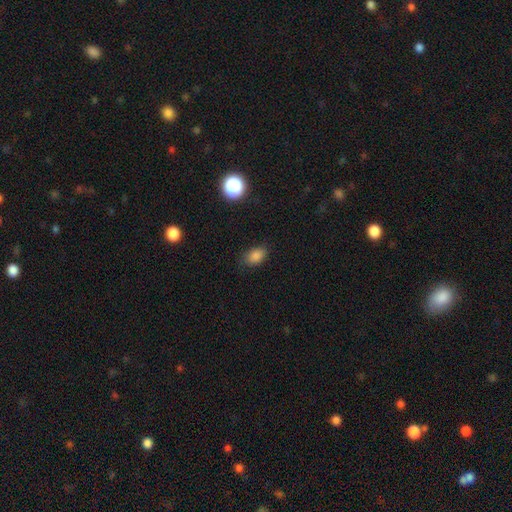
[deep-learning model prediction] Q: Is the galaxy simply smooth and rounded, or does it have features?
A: smooth — 83%.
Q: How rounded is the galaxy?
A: in between — 84%.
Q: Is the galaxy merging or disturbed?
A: none — 81%.